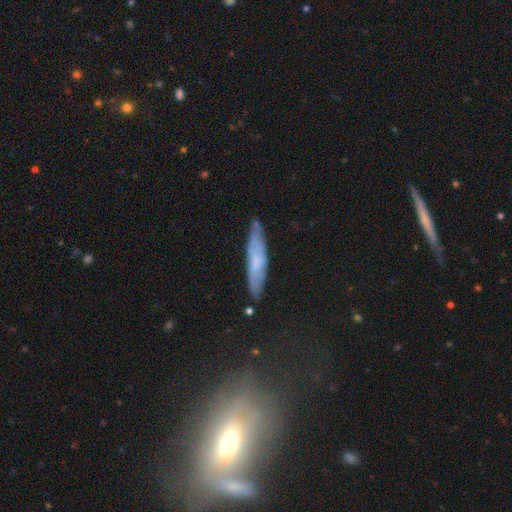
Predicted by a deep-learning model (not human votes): Smooth or featured? featured or disk (47%)
Merging? none (81%)